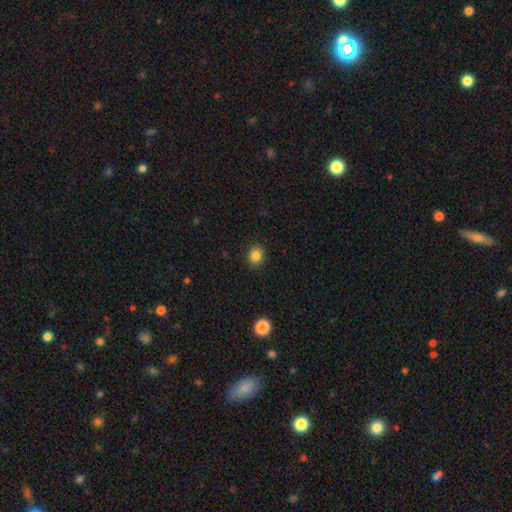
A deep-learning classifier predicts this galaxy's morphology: Smooth or featured: smooth — 84% (star or artifact — 11%)
How rounded: round — 67% (in between — 32%)
Merging: none — 89% (minor disturbance — 7%)